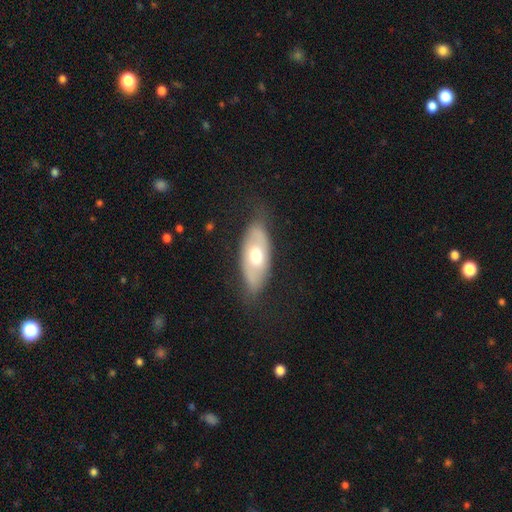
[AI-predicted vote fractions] Morphology: type=smooth (52%); roundness=in between (84%); merging=none (67%).